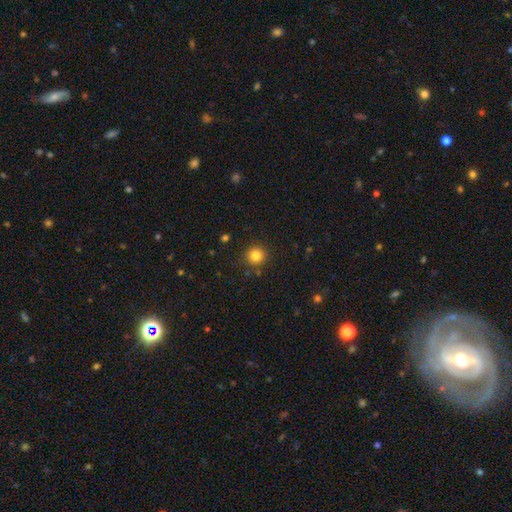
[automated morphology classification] The model was most divided on "smooth or featured": smooth: 83%, star or artifact: 12%, featured or disk: 5%. More confident: how rounded — round (93%); merging — none (88%).